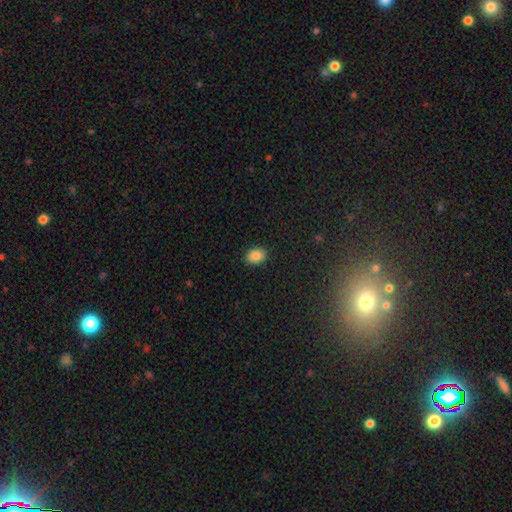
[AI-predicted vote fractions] The model was most divided on "how rounded": in between: 70%, round: 29%, cigar-shaped: 1%. More confident: merging — none (89%); smooth or featured — smooth (85%).